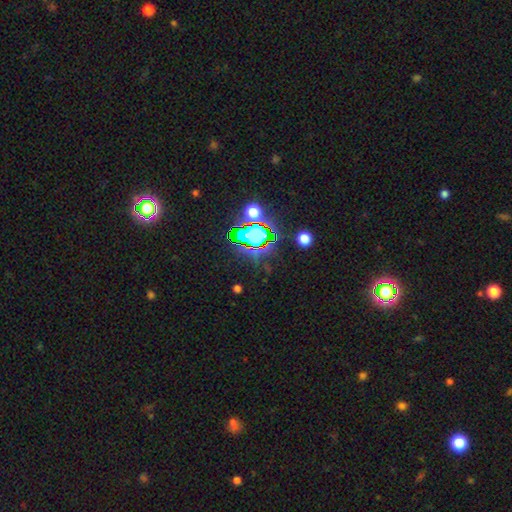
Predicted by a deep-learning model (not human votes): Overall: star or artifact (80%).